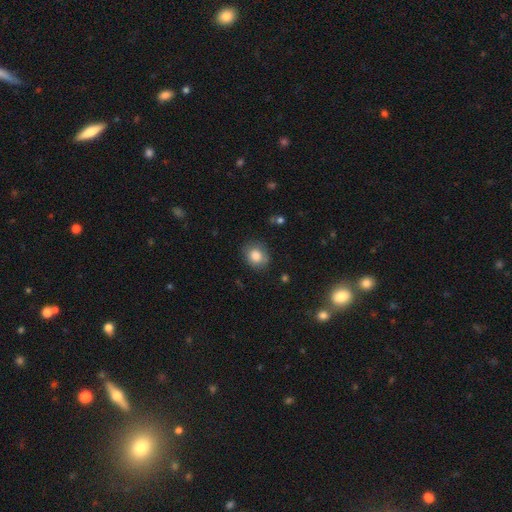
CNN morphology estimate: smooth 84%, star or artifact 9%, featured or disk 8%. Down the decision tree: how rounded — round (65%); merging — none (78%).